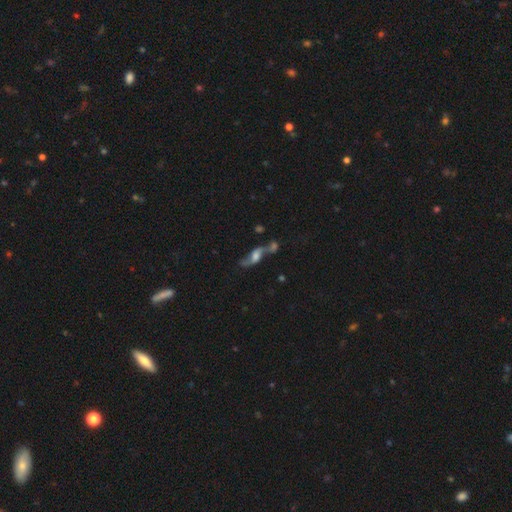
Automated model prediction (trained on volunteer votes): This appears to be a featured or disk galaxy (68%) with no bar (54%), spiral arms (85%) and a moderate central bulge (41%). Merging: merger (38%).